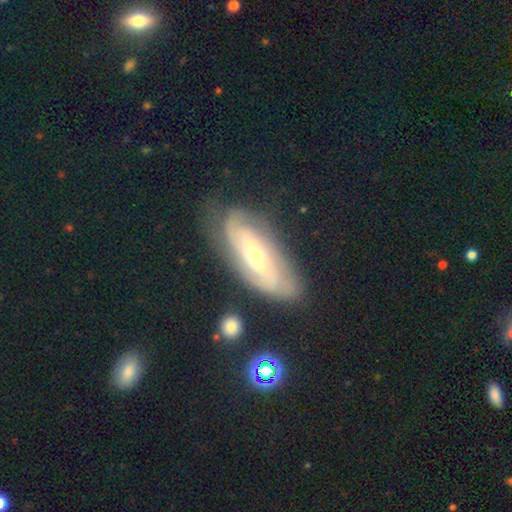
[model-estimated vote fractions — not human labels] The model was most divided on "spiral arm count": 2: 42%, can't tell: 40%, 3: 8%, 1: 5%, 4: 3%, more than 4: 3%. Remaining: spiral arms — yes (87%); edge-on disk — no (85%); smooth or featured — featured or disk (78%); merging — none (72%); spiral winding — tight (59%); bulge size — moderate (53%); bar — no (50%).